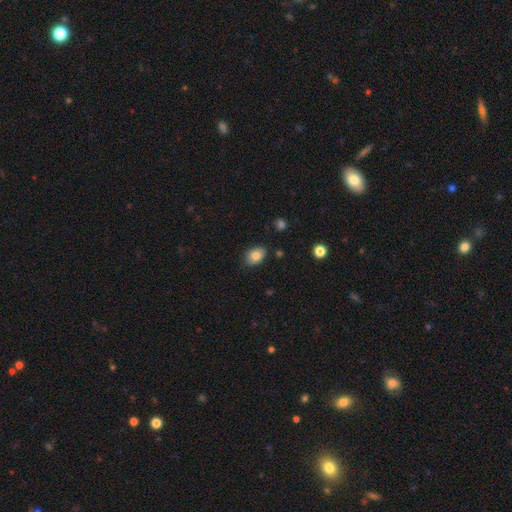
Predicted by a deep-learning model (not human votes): Q: Smooth or featured?
A: smooth (83%); runner-up: featured or disk (9%)
Q: How rounded?
A: in between (81%); runner-up: round (18%)
Q: Merging?
A: none (80%); runner-up: minor disturbance (15%)